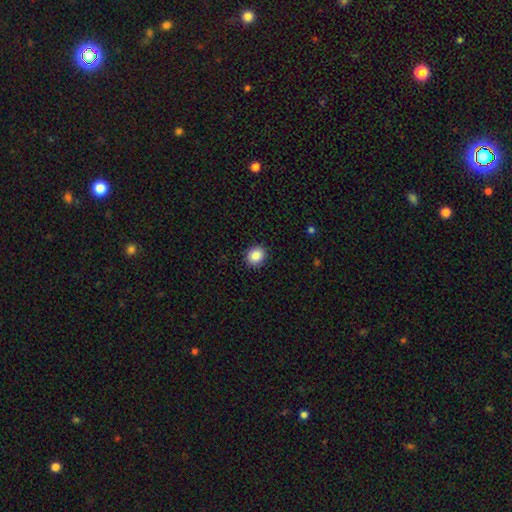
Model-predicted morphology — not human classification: Smooth or featured: smooth — 87% (star or artifact — 9%)
How rounded: round — 70% (in between — 29%)
Merging: none — 91% (minor disturbance — 6%)